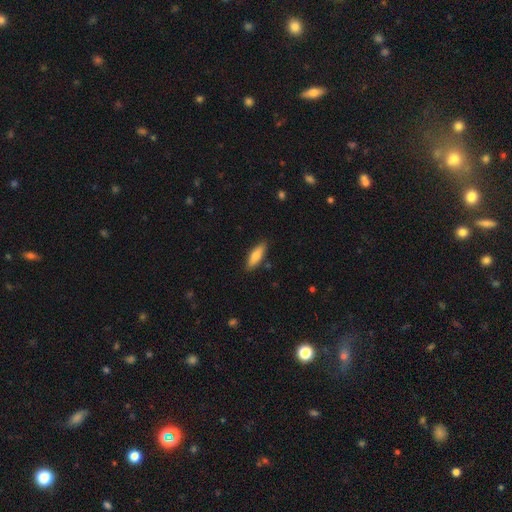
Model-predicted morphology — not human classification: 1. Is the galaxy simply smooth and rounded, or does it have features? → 73% smooth, 21% featured or disk, 6% star or artifact.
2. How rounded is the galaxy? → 50% in between, 48% cigar-shaped, 2% round.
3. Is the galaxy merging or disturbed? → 86% none, 10% minor disturbance, 2% major disturbance, 2% merger.